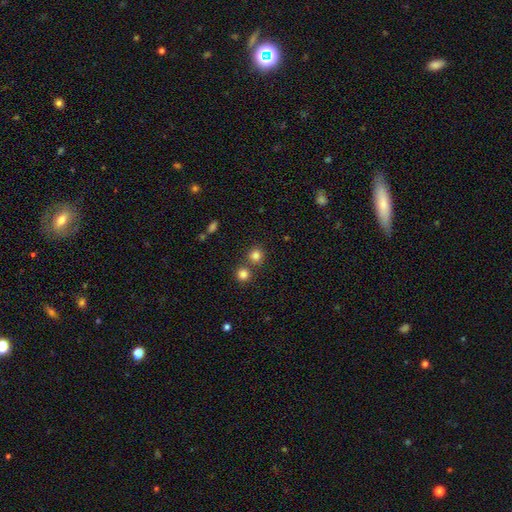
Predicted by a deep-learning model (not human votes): A smooth galaxy with no disk features (81%) that is round (90%).

Vote fractions:
- Smooth or featured? smooth: 81% / star or artifact: 13% / featured or disk: 5%
- How rounded? round: 90% / in between: 9% / cigar-shaped: 1%
- Merging? none: 71% / merger: 20% / minor disturbance: 7% / major disturbance: 3%